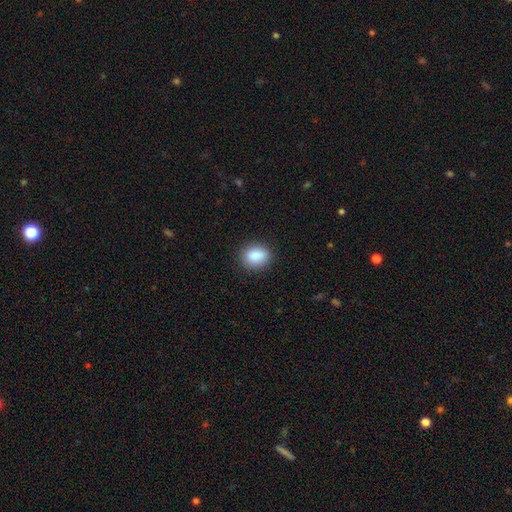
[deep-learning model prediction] Overall: smooth (88%). How rounded: in between (58%; round 41%). Merging: none (86%).